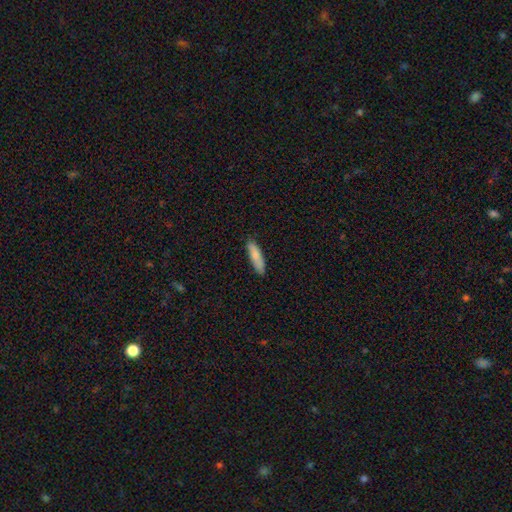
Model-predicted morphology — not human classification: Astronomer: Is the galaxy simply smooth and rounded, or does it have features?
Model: smooth — 83%.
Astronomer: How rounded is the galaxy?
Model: cigar-shaped — 68%.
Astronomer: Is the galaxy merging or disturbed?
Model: none — 86%.